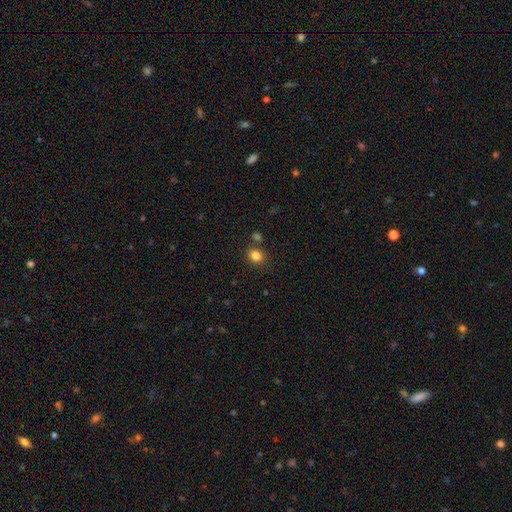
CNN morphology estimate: Smooth or featured?
  - smooth: 83% *
  - star or artifact: 12%
  - featured or disk: 5%
How rounded?
  - round: 66% *
  - in between: 34%
  - cigar-shaped: 1%
Merging?
  - none: 76% *
  - merger: 11%
  - minor disturbance: 10%
  - major disturbance: 3%